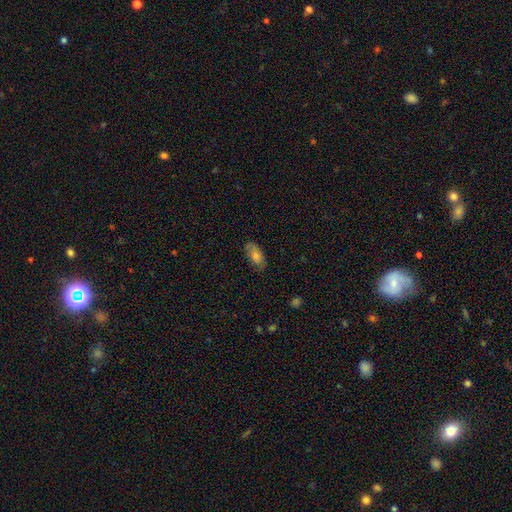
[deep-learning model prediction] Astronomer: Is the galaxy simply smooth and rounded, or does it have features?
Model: smooth — 60%.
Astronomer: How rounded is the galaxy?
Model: in between — 89%.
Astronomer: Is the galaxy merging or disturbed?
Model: none — 77%.